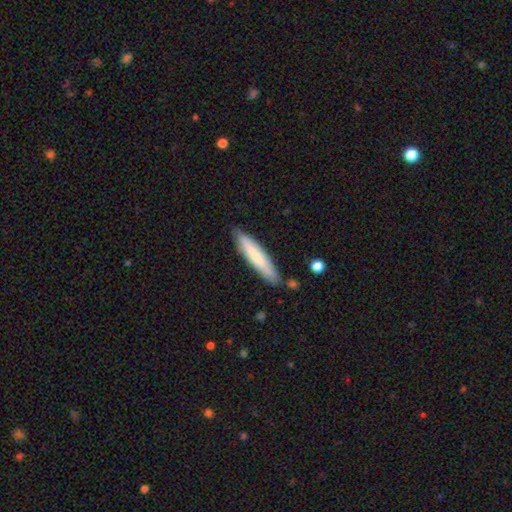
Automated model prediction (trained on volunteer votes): smooth_or_featured: smooth (p=0.71) [alt: featured or disk p=0.23]
how_rounded: cigar-shaped (p=0.86) [alt: in between p=0.13]
merging: none (p=0.84) [alt: minor disturbance p=0.12]